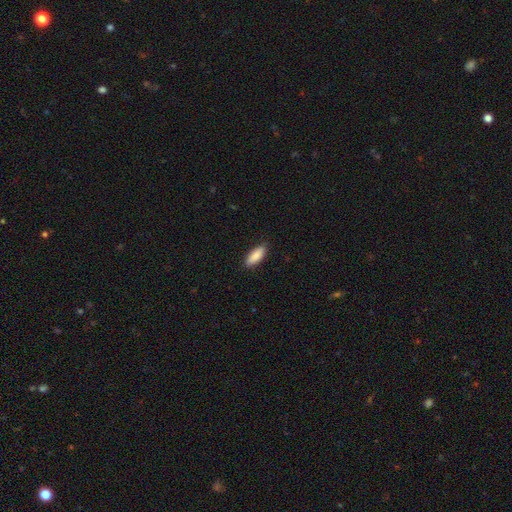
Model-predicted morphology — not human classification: Smooth or featured? smooth (88%)
How rounded? in between (68%)
Merging? none (86%)